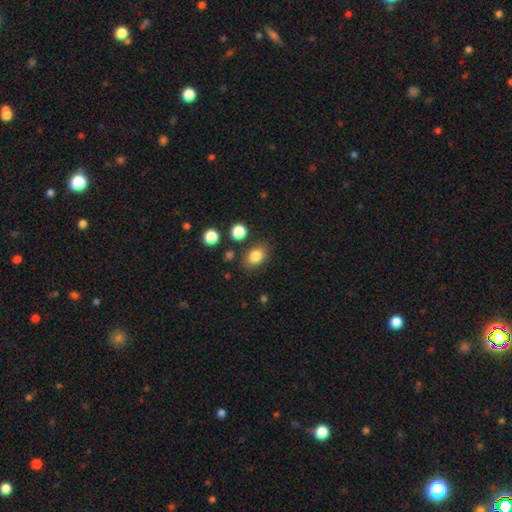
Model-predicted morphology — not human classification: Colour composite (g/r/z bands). It shows a smooth galaxy with no disk features (83%) that is in between round and cigar-shaped (72%). Merging: none (80%).